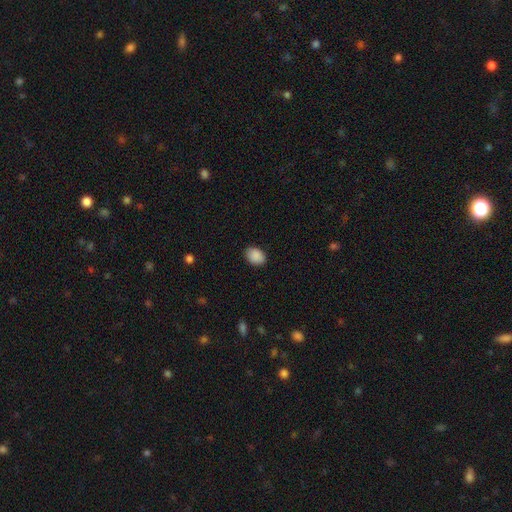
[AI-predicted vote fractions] This appears to be a smooth galaxy with no disk features (90%) that is in between round and cigar-shaped (70%). Merging: none (88%).